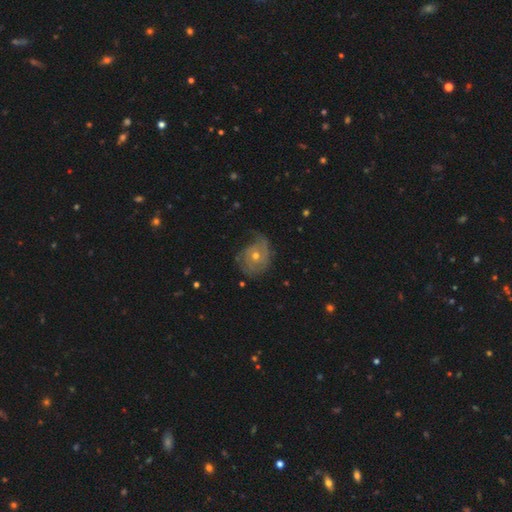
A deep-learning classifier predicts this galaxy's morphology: type=featured or disk (65%); edge-on=no (96%); bar=no (80%); spiral arms=yes (77%); bulge=moderate (57%); merging=none (50%).